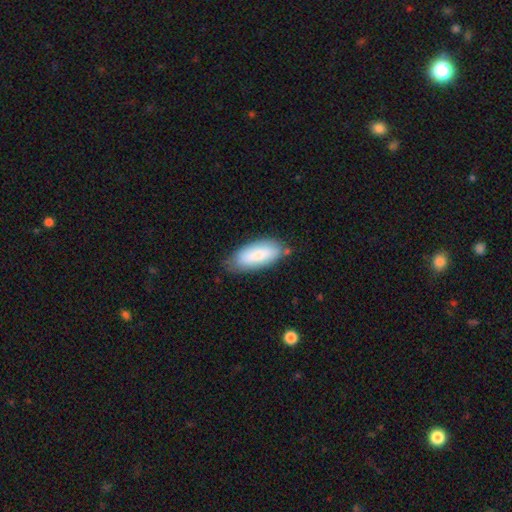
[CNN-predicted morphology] Overall: smooth (81%). How rounded: in between (82%). Merging: none (68%).